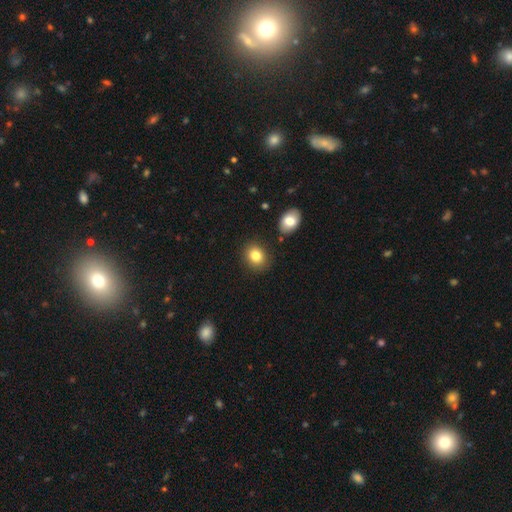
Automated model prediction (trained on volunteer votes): smooth 82%, star or artifact 10%, featured or disk 8%. Down the decision tree: how rounded — round (61%); merging — none (84%).